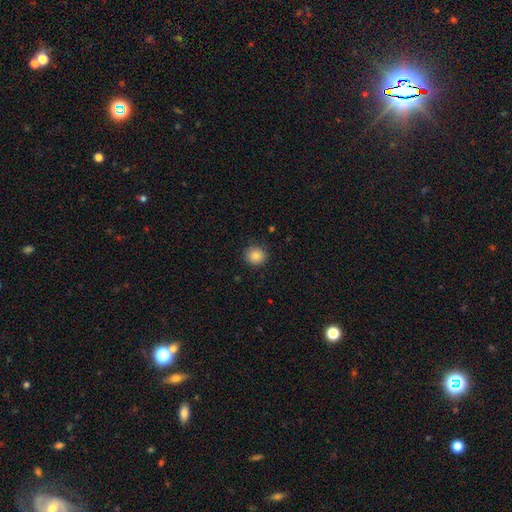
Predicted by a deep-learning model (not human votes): smooth_or_featured: smooth (p=0.86) [alt: star or artifact p=0.10]
how_rounded: round (p=0.88) [alt: in between p=0.11]
merging: none (p=0.88) [alt: minor disturbance p=0.08]